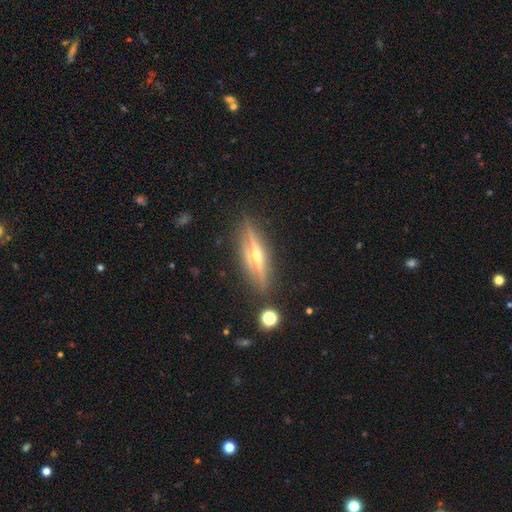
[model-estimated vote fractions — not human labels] Smooth or featured? featured or disk (76%)
Edge-on disk? yes (95%)
Edge-on bulge? rounded (91%)
Merging? none (87%)